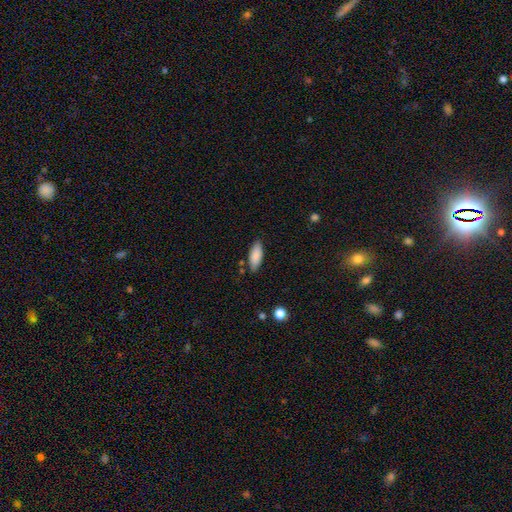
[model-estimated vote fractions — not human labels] Smooth or featured: smooth — 87% (featured or disk — 6%)
How rounded: in between — 75% (cigar-shaped — 23%)
Merging: none — 81% (minor disturbance — 14%)